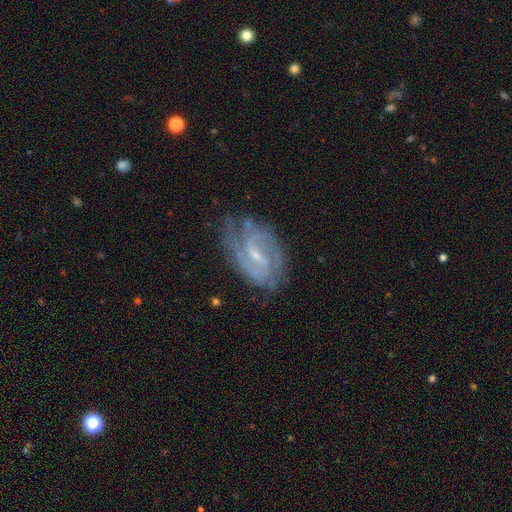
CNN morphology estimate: smooth-or-featured: featured or disk: 86% | smooth: 8% | star or artifact: 6%
  disk-edge-on: no: 96% | yes: 4%
    bar: weak: 57% | strong: 24% | no: 19%
    has-spiral-arms: yes: 95% | no: 5%
      spiral-winding: medium: 46% | tight: 40% | loose: 14%
      spiral-arm-count: 2: 57% | can't tell: 18% | 3: 13% | 1: 4% | 4: 4% | more than 4: 3%
    bulge-size: small: 64% | moderate: 26% | none: 8% | large: 1% | dominant: 1%
  merging: none: 65% | minor disturbance: 23% | major disturbance: 11% | merger: 2%